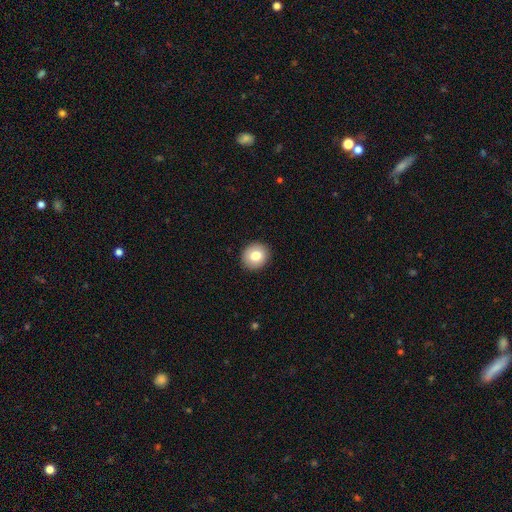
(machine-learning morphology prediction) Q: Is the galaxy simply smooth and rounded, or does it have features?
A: smooth — 80%.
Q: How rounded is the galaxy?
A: round — 80%.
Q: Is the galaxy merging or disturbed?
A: none — 91%.